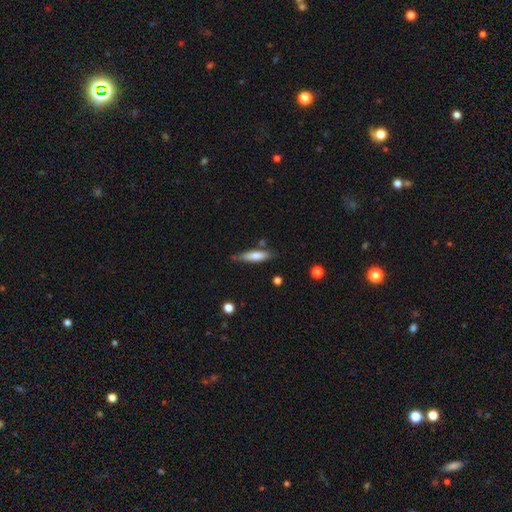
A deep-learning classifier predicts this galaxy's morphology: Overall: smooth (69%). How rounded: cigar-shaped (71%). Merging: none (72%).